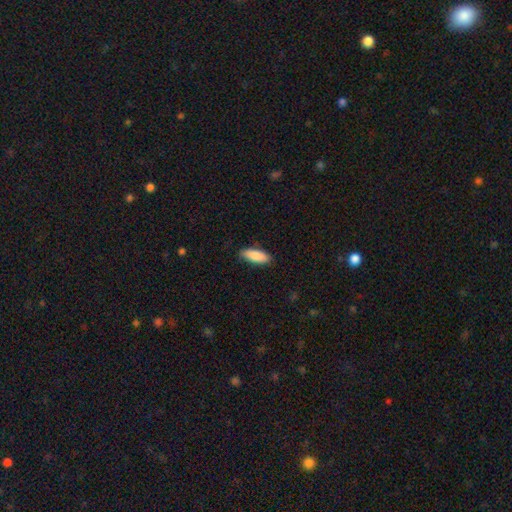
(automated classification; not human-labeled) A smooth galaxy with no disk features (86%) that is in between round and cigar-shaped (70%). Merging: none (85%).